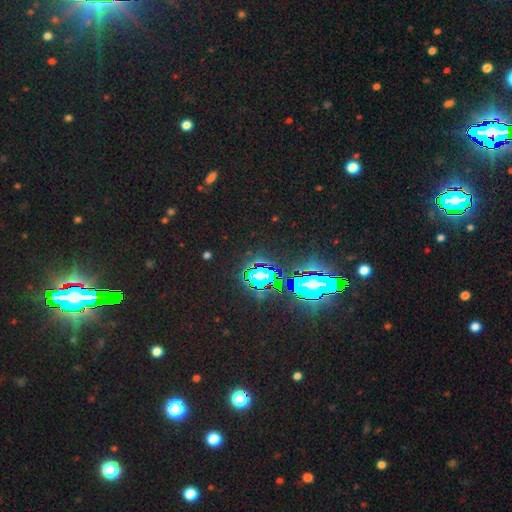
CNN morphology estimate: A star or artifact, not a galaxy (84%).